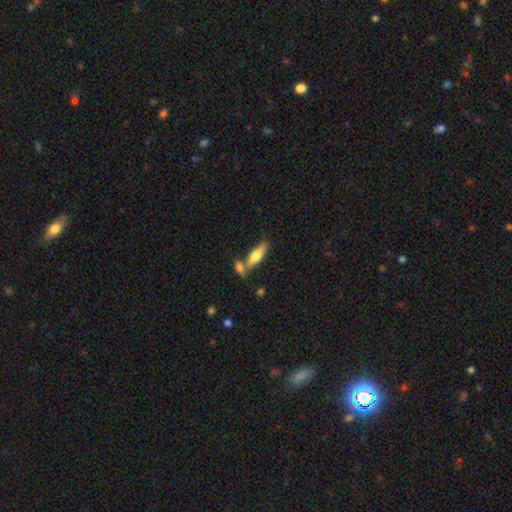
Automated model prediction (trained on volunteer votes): Smooth or featured: smooth — 71% (featured or disk — 23%)
How rounded: in between — 57% (cigar-shaped — 41%)
Merging: none — 54% (merger — 31%)